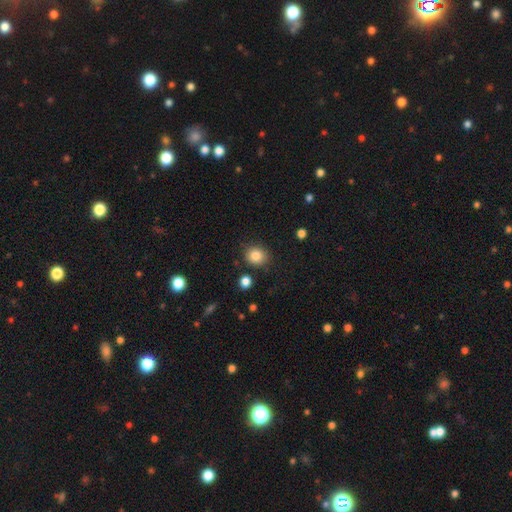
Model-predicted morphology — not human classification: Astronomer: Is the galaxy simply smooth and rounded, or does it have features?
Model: smooth — 84%.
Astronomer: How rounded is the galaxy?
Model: round — 72%.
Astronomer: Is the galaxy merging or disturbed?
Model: none — 85%.